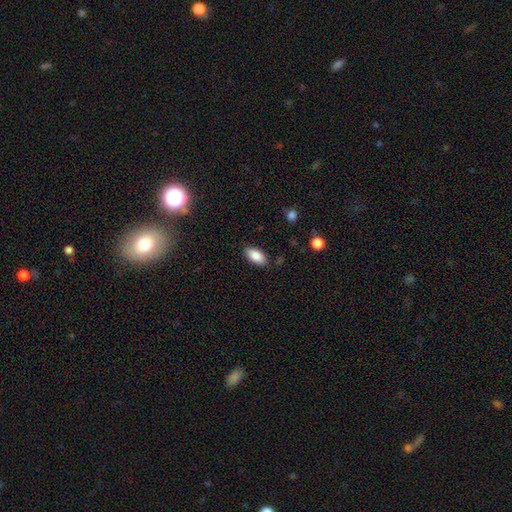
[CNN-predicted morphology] This appears to be a smooth galaxy with no disk features (87%) that is in between round and cigar-shaped (92%). Merging: none (85%).